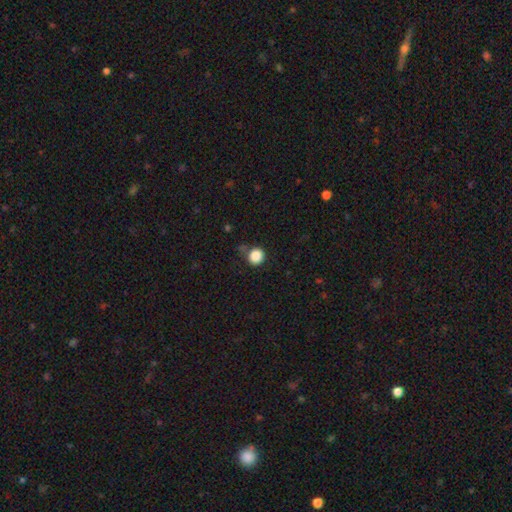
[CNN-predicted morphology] A smooth galaxy with no disk features (87%) that is round (91%). Merging: none (73%).